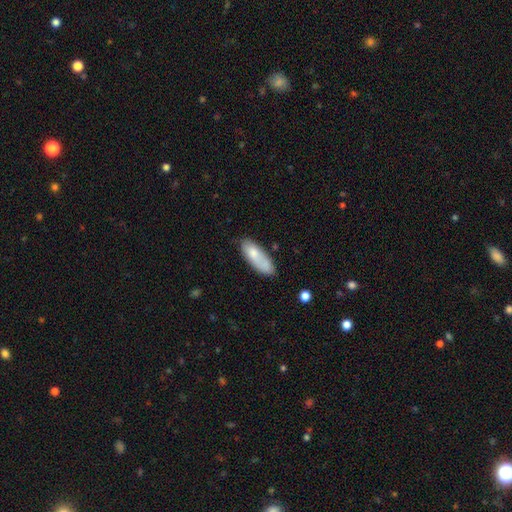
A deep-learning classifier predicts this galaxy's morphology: Overall: smooth (74%). How rounded: in between (66%; cigar-shaped 32%). Merging: none (61%; minor disturbance 24%).